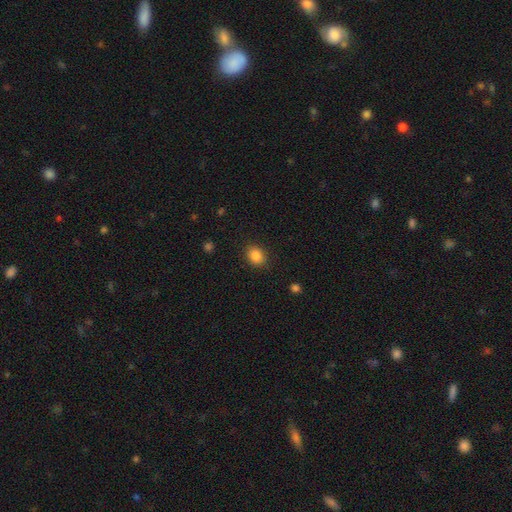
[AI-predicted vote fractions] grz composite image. It shows a smooth galaxy with no disk features (87%) that is in between round and cigar-shaped (55%). Merging: none (87%).